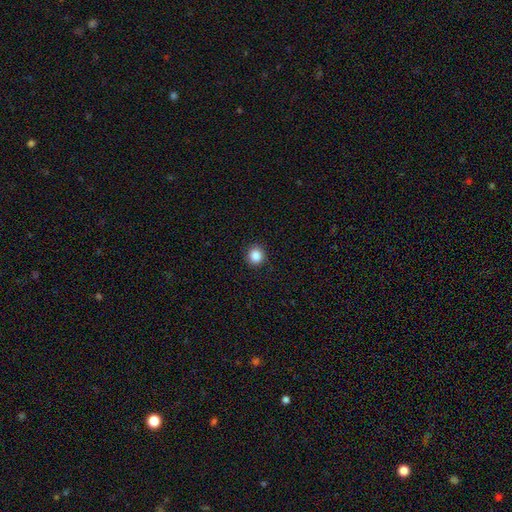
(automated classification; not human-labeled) smooth-or-featured: smooth: 87% | star or artifact: 10% | featured or disk: 3%
  how-rounded: round: 89% | in between: 10% | cigar-shaped: 1%
  merging: none: 90% | minor disturbance: 7% | major disturbance: 2% | merger: 1%